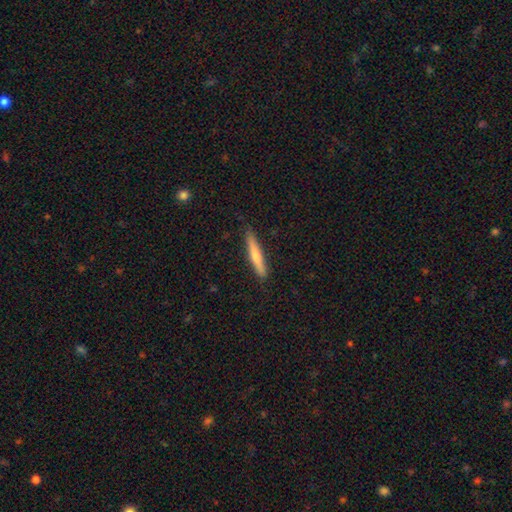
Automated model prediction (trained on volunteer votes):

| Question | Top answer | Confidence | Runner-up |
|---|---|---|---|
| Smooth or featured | smooth | 59% | featured or disk (36%) |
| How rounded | cigar-shaped | 94% | in between (5%) |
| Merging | none | 87% | minor disturbance (10%) |